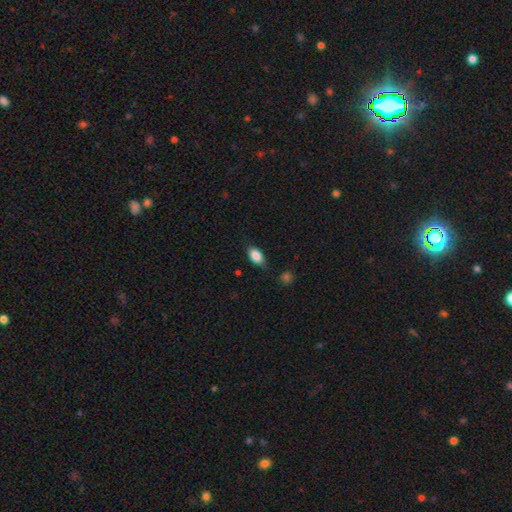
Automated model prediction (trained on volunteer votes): smooth-or-featured: smooth: 86% | star or artifact: 8% | featured or disk: 6%
  how-rounded: in between: 89% | round: 7% | cigar-shaped: 4%
  merging: none: 78% | minor disturbance: 16% | major disturbance: 4% | merger: 2%